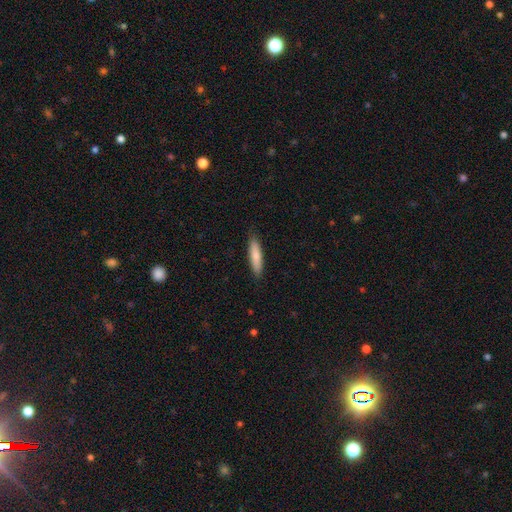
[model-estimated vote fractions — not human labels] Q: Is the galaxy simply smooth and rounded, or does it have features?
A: smooth — 80%.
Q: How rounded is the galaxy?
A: cigar-shaped — 78%.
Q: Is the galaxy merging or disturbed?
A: none — 87%.